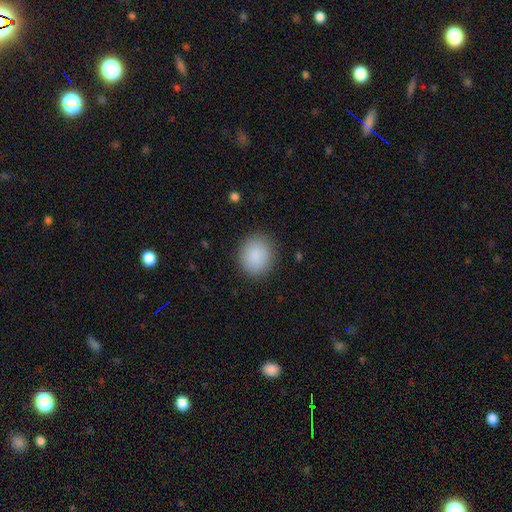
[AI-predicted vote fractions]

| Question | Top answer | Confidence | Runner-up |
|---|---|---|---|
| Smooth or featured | smooth | 89% | star or artifact (7%) |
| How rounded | round | 60% | in between (39%) |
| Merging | none | 87% | minor disturbance (9%) |